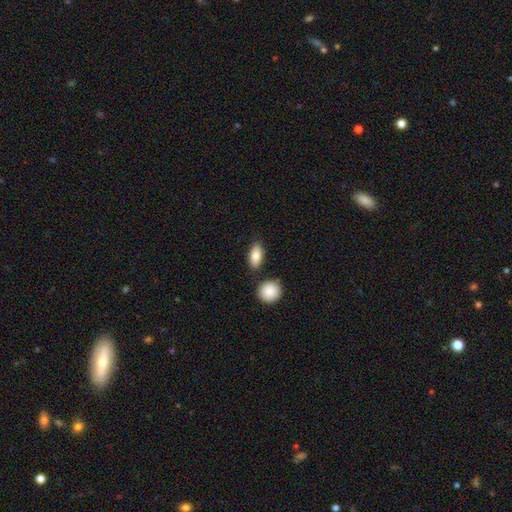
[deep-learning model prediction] A smooth galaxy with no disk features (83%) that is in between round and cigar-shaped (88%).

Vote fractions:
- Smooth or featured? smooth: 83% / featured or disk: 10% / star or artifact: 7%
- How rounded? in between: 88% / cigar-shaped: 7% / round: 6%
- Merging? none: 77% / minor disturbance: 11% / merger: 9% / major disturbance: 3%